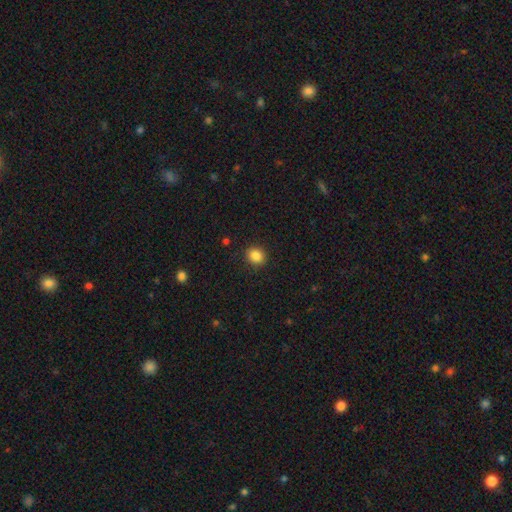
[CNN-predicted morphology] A smooth galaxy with no disk features (86%) that is round (67%). Merging: none (90%).